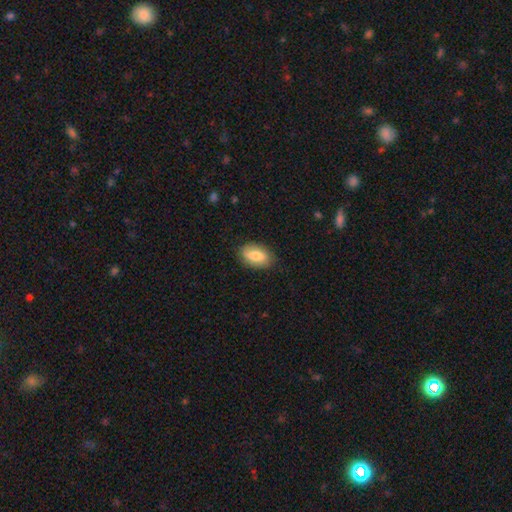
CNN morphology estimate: This is likely a smooth galaxy (77%). How rounded: clearly in between (91%). Merging: clearly none (83%).